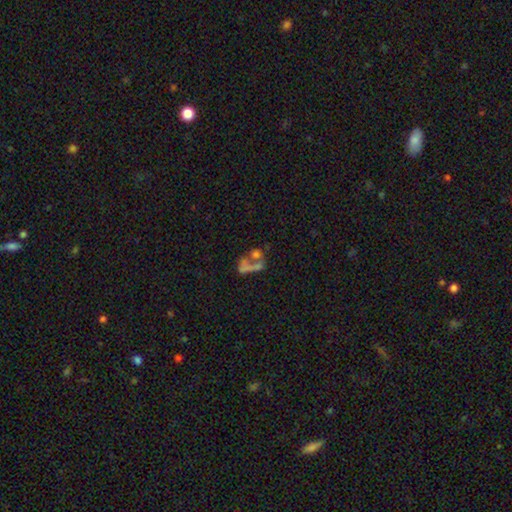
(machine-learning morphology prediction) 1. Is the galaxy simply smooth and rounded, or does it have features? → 39% smooth, 34% featured or disk, 27% star or artifact.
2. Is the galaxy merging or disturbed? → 45% merger, 27% none, 19% major disturbance, 9% minor disturbance.